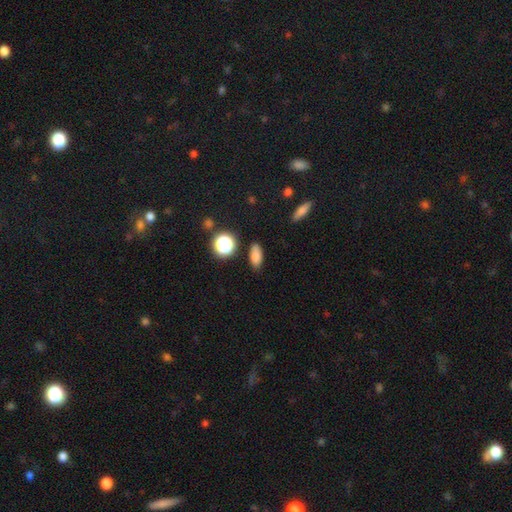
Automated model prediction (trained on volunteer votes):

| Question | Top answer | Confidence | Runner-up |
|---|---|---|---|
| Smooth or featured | smooth | 81% | star or artifact (13%) |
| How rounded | in between | 80% | cigar-shaped (10%) |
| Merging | none | 85% | minor disturbance (11%) |